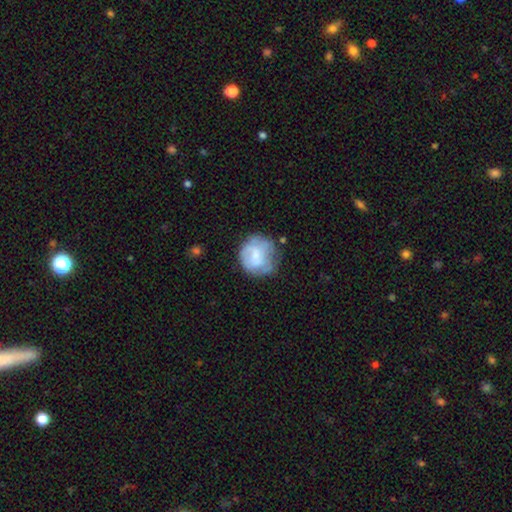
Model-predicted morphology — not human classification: Overall: smooth (52%; featured or disk 41%). How rounded: round (81%). Merging: none (54%; minor disturbance 27%).